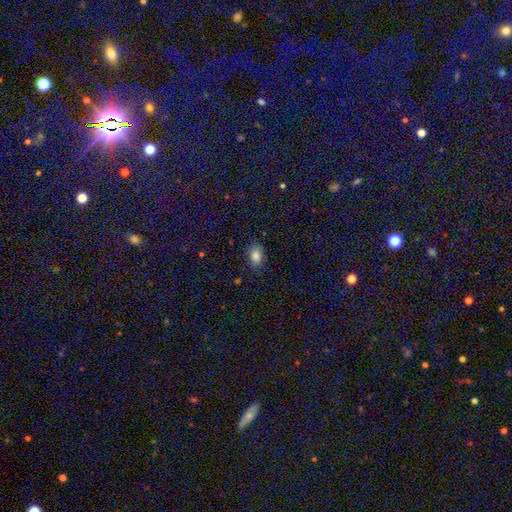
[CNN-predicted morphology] A smooth galaxy with no disk features (85%) that is in between round and cigar-shaped (78%). Merging: none (81%).